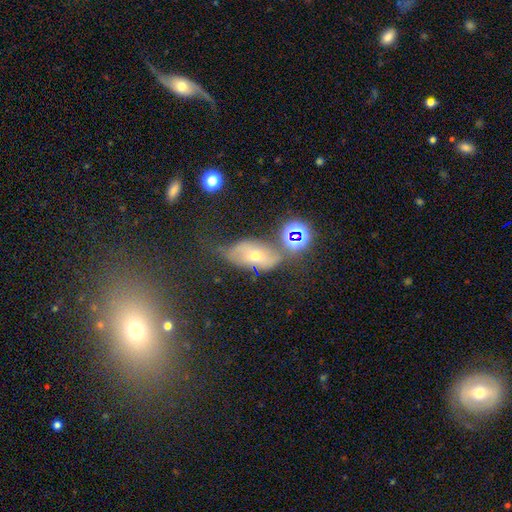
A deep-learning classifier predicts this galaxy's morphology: A featured or disk galaxy (47%).

Vote fractions:
- Smooth or featured? featured or disk: 47% / smooth: 34% / star or artifact: 19%
- Merging? none: 43% / minor disturbance: 26% / major disturbance: 19% / merger: 11%